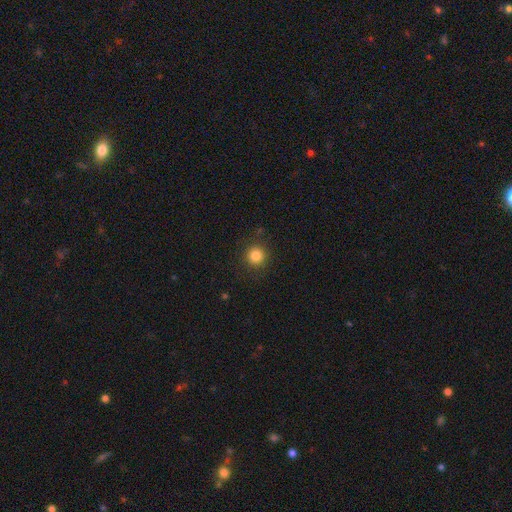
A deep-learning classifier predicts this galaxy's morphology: Smooth or featured?
  - smooth: 84% *
  - star or artifact: 12%
  - featured or disk: 5%
How rounded?
  - round: 94% *
  - in between: 5%
  - cigar-shaped: 1%
Merging?
  - none: 89% *
  - minor disturbance: 7%
  - major disturbance: 3%
  - merger: 1%